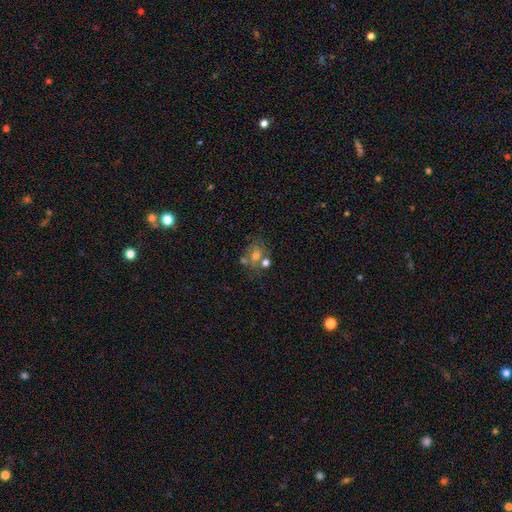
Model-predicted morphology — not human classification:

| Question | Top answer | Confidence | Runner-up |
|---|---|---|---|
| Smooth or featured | smooth | 44% | featured or disk (36%) |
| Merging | none | 45% | merger (26%) |